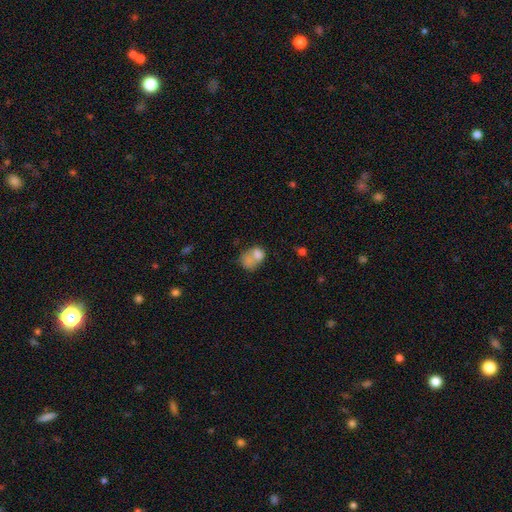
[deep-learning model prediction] Morphology: type=smooth (71%); roundness=in between (60%); merging=merger (46%).